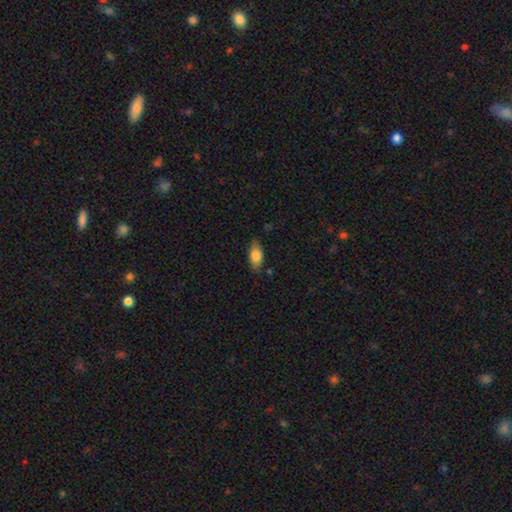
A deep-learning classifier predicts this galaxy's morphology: Overall: smooth (81%). How rounded: in between (89%). Merging: none (77%).